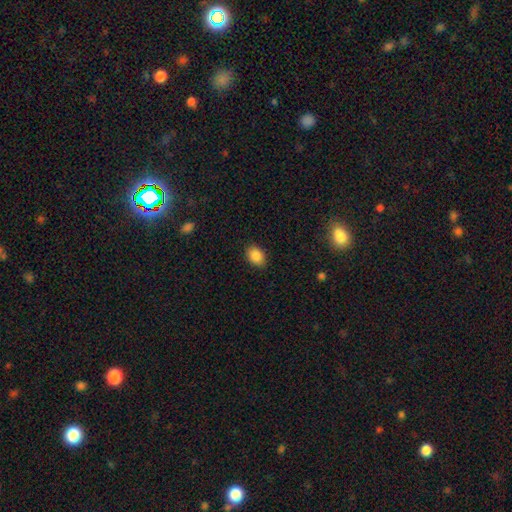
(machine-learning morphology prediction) The model was most divided on "how rounded": in between: 73%, round: 26%, cigar-shaped: 1%. More confident: merging — none (87%); smooth or featured — smooth (87%).